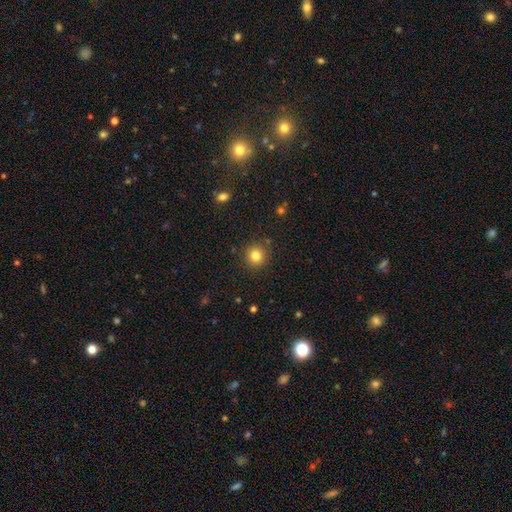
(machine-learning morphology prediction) Q: Smooth or featured?
A: smooth (81%); runner-up: star or artifact (12%)
Q: How rounded?
A: round (93%); runner-up: in between (6%)
Q: Merging?
A: none (88%); runner-up: minor disturbance (7%)